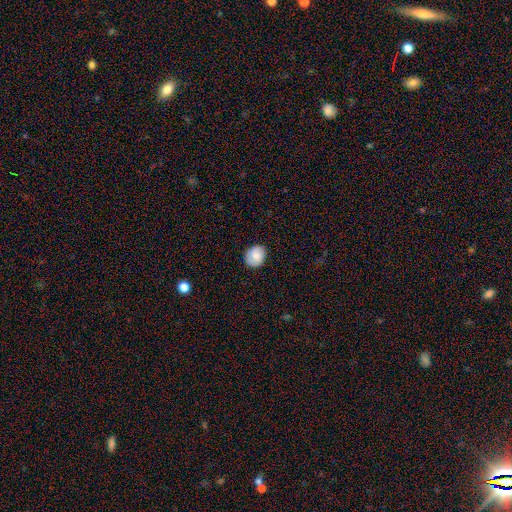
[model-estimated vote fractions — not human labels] Overall: smooth (78%). How rounded: round (72%). Merging: none (86%).